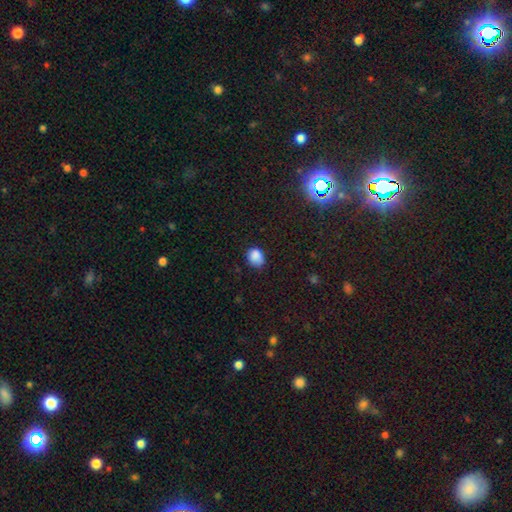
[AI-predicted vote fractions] A smooth galaxy with no disk features (85%) that is round (51%). Merging: none (66%).